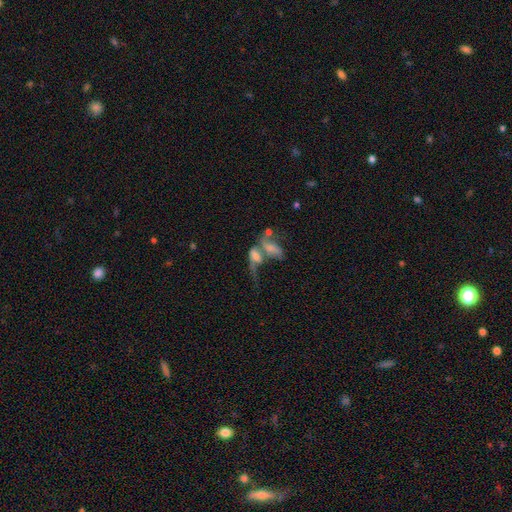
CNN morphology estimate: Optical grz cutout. It shows a featured or disk galaxy (44%). Merging: merger (64%).